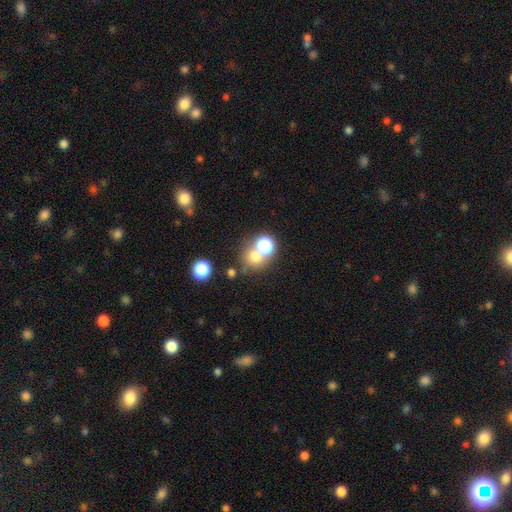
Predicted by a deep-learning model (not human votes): The model was most divided on "merging": none: 53%, merger: 34%, minor disturbance: 8%, major disturbance: 5%. More confident: how rounded — round (83%); smooth or featured — smooth (66%).